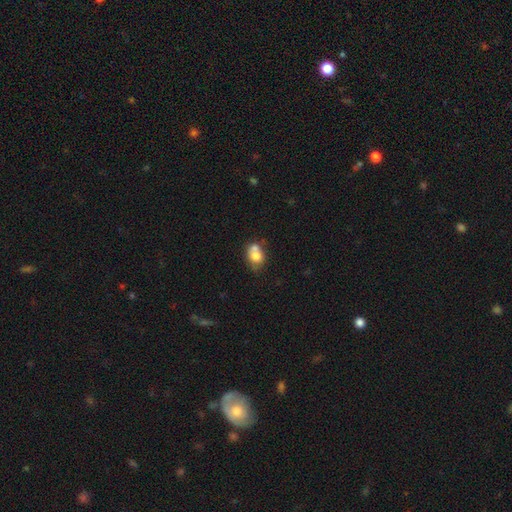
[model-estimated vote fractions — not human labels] Smooth or featured? smooth (71%)
How rounded? in between (55%)
Merging? merger (46%)